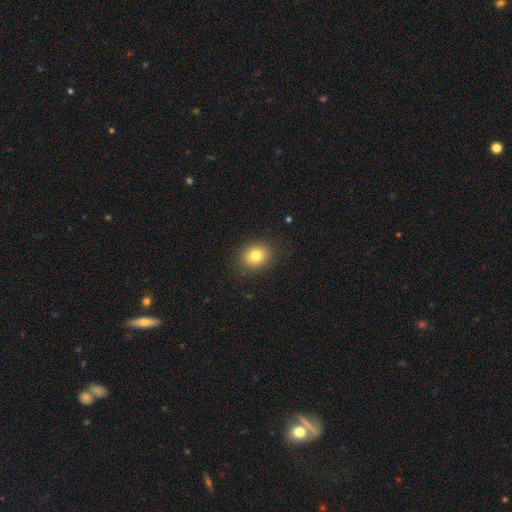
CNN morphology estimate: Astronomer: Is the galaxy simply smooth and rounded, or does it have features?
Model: smooth — 79%.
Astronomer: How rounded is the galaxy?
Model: round — 69%.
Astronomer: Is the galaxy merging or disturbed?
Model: none — 88%.